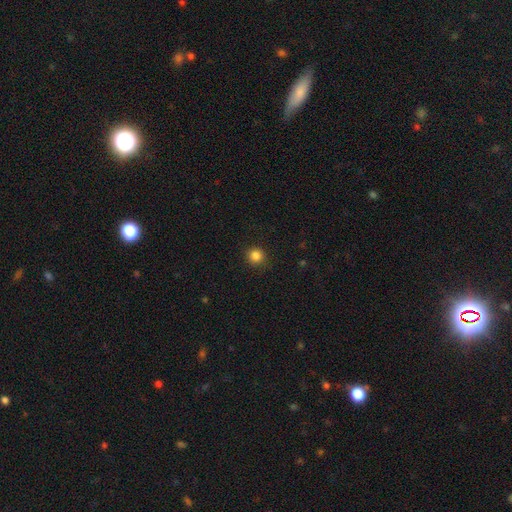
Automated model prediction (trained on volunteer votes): This appears to be a smooth galaxy with no disk features (85%) that is round (94%). Merging: none (91%).